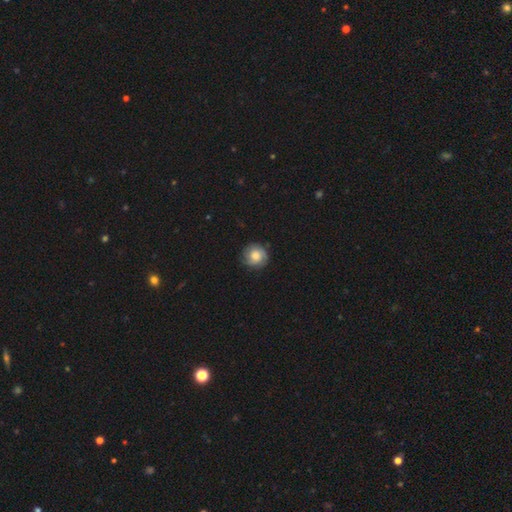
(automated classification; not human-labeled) Smooth or featured? smooth (50%)
How rounded? round (90%)
Merging? none (81%)